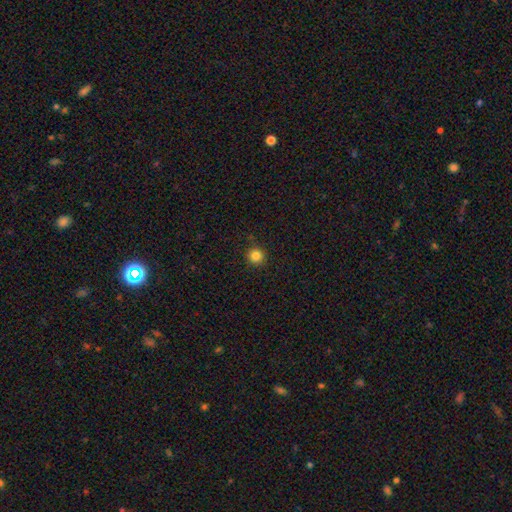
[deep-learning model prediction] smooth 83%, star or artifact 12%, featured or disk 5%. Down the decision tree: how rounded — round (94%); merging — none (90%).